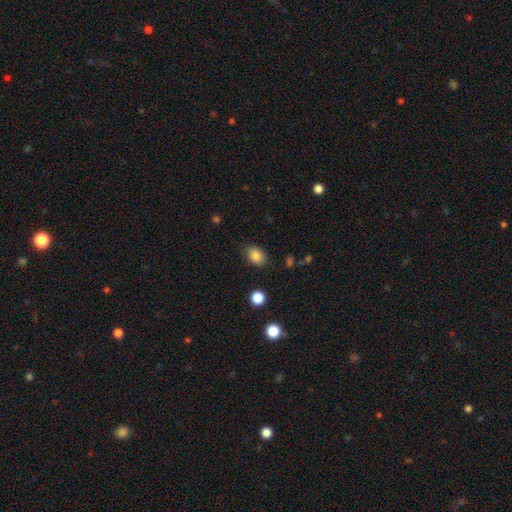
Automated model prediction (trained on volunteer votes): Smooth or featured? smooth (85%)
How rounded? in between (75%)
Merging? none (82%)